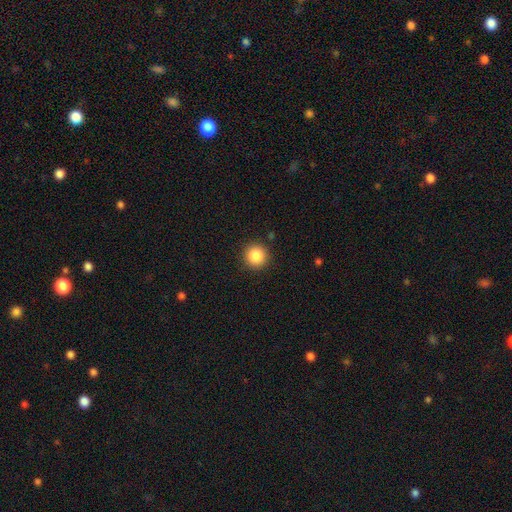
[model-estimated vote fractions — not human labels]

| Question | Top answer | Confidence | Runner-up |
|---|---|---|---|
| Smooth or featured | smooth | 86% | star or artifact (10%) |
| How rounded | round | 95% | in between (4%) |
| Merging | none | 91% | minor disturbance (6%) |